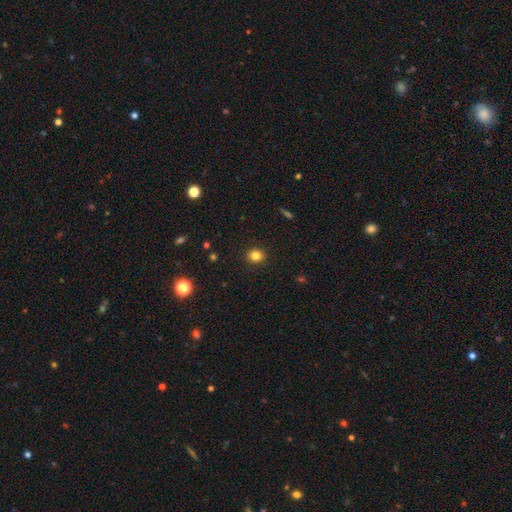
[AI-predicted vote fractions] Smooth or featured?
  - smooth: 82% *
  - star or artifact: 12%
  - featured or disk: 6%
How rounded?
  - round: 80% *
  - in between: 19%
  - cigar-shaped: 1%
Merging?
  - none: 91% *
  - minor disturbance: 6%
  - major disturbance: 2%
  - merger: 1%